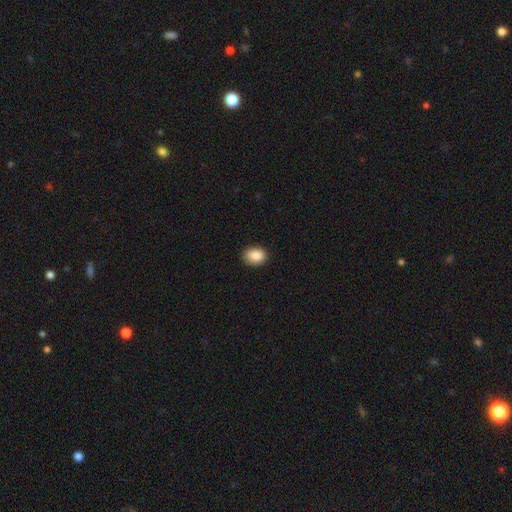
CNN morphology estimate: This is clearly a smooth galaxy (87%). How rounded: likely in between (64%). Merging: clearly none (88%).